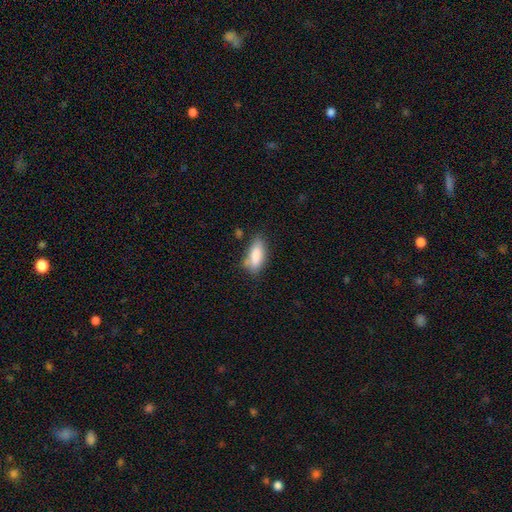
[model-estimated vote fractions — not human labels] A smooth galaxy with no disk features (84%) that is in between round and cigar-shaped (76%). Merging: none (62%).